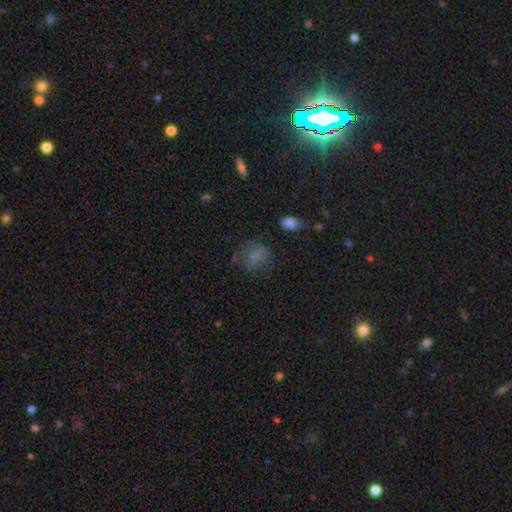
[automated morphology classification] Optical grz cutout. It shows a smooth galaxy with no disk features (68%) that is round (62%). Merging: none (60%).